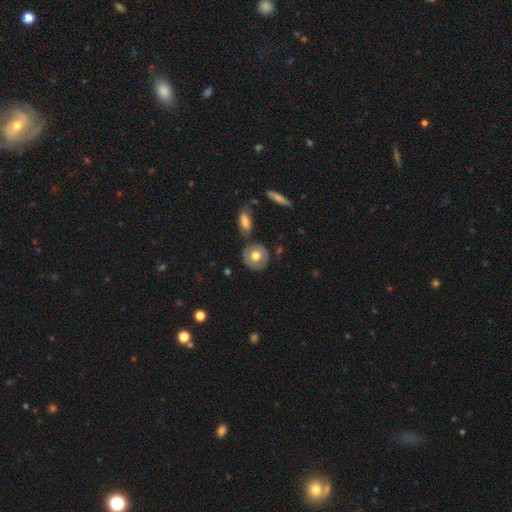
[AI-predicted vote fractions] Q: Smooth or featured?
A: smooth (60%); runner-up: featured or disk (34%)
Q: How rounded?
A: round (83%); runner-up: in between (15%)
Q: Merging?
A: none (75%); runner-up: minor disturbance (13%)